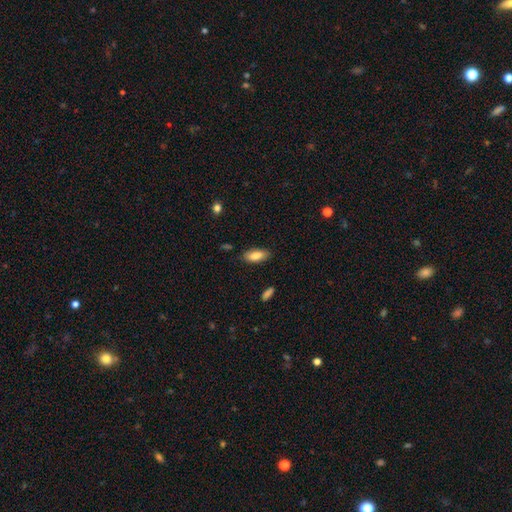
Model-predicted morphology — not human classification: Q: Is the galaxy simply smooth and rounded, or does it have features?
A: smooth — 83%.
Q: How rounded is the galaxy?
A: in between — 83%.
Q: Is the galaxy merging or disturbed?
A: none — 84%.